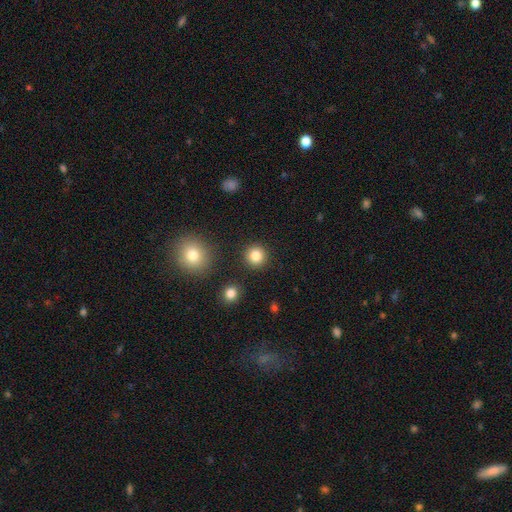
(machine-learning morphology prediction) This is clearly a smooth galaxy (84%). How rounded: clearly round (94%). Merging: clearly none (91%).